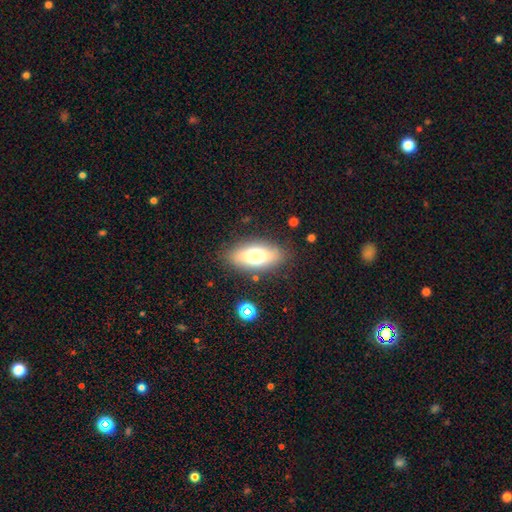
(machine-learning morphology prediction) smooth 67%, featured or disk 24%, star or artifact 9%. Down the decision tree: how rounded — in between (82%); merging — none (83%).